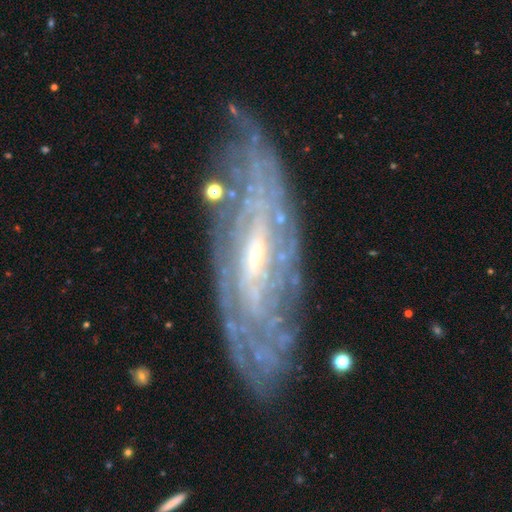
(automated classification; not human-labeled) The model was most divided on "bar": weak: 44%, no: 28%, strong: 28%. More confident: spiral arms — yes (90%); smooth or featured — featured or disk (84%); edge-on disk — no (80%); merging — none (77%); spiral winding — tight (69%); spiral arm count — can't tell (55%); bulge size — small (55%).